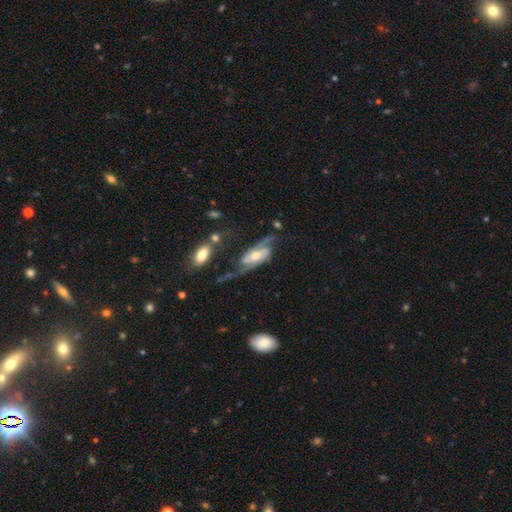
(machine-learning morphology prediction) featured or disk 83%, smooth 11%, star or artifact 5%. Down the decision tree: edge-on disk — no (92%); bar — weak (39%); spiral arms — yes (95%); spiral arm count — 2 (90%); spiral winding — loose (46%); bulge size — moderate (57%); merging — none (51%).